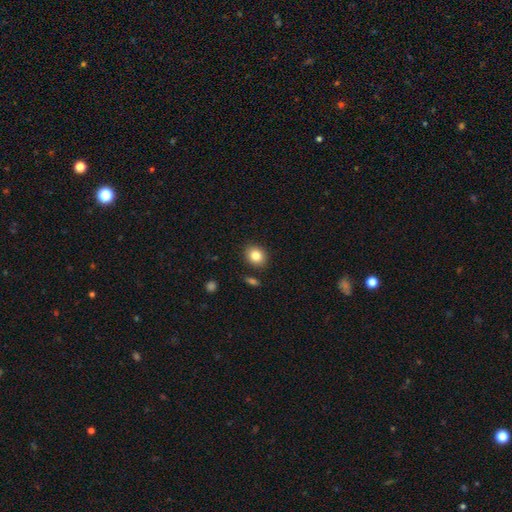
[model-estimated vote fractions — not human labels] Overall: smooth (84%). How rounded: round (60%; in between 39%). Merging: none (86%).